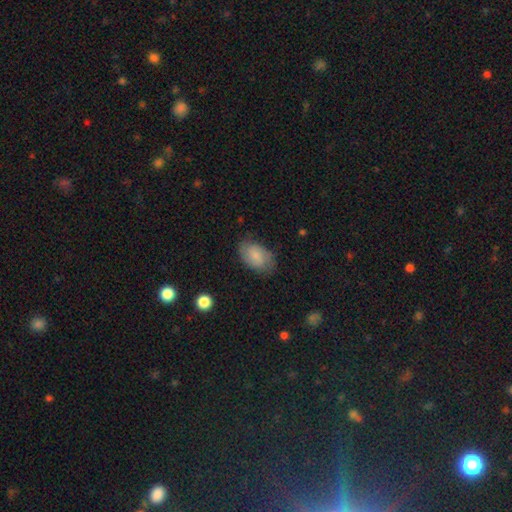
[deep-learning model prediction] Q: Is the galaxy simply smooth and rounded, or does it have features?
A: smooth — 70%.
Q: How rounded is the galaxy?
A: in between — 91%.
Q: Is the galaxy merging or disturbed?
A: none — 72%.